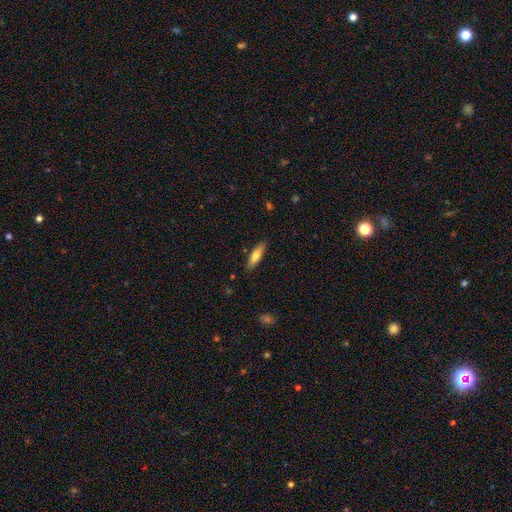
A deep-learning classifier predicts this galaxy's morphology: Smooth or featured? smooth (68%)
How rounded? cigar-shaped (62%)
Merging? none (87%)